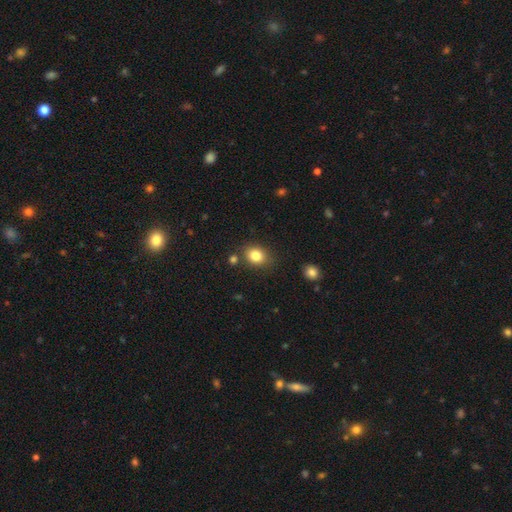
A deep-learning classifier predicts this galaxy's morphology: Overall: smooth (83%). How rounded: in between (50%; round 49%). Merging: none (78%).